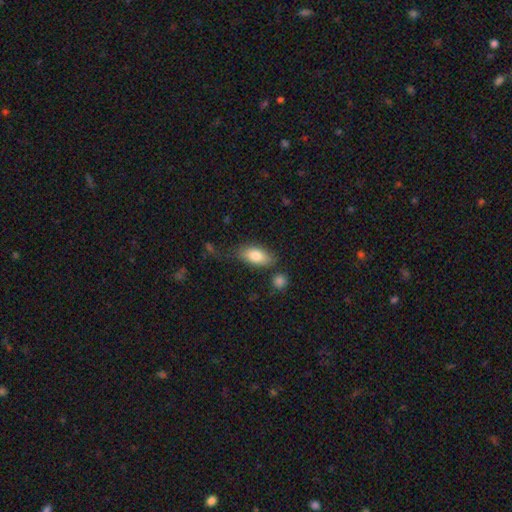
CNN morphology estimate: smooth_or_featured: smooth (p=0.80) [alt: featured or disk p=0.14]
how_rounded: in between (p=0.88) [alt: cigar-shaped p=0.08]
merging: none (p=0.69) [alt: minor disturbance p=0.19]